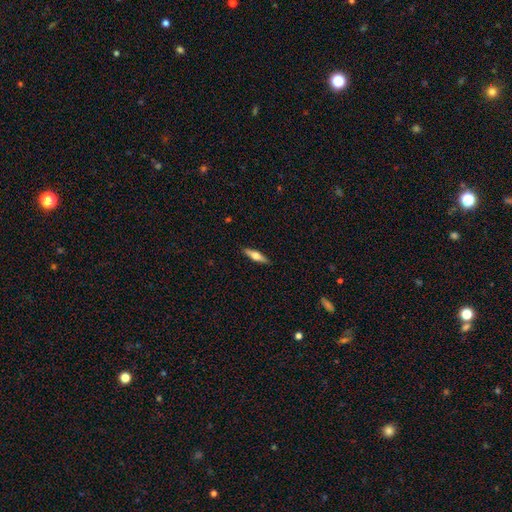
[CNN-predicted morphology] This appears to be a featured or disk galaxy (49%). Merging: none (90%).